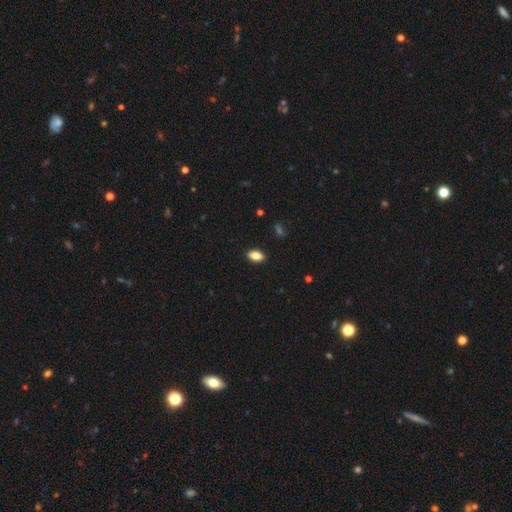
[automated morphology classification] Overall: smooth (84%). How rounded: in between (90%). Merging: none (90%).